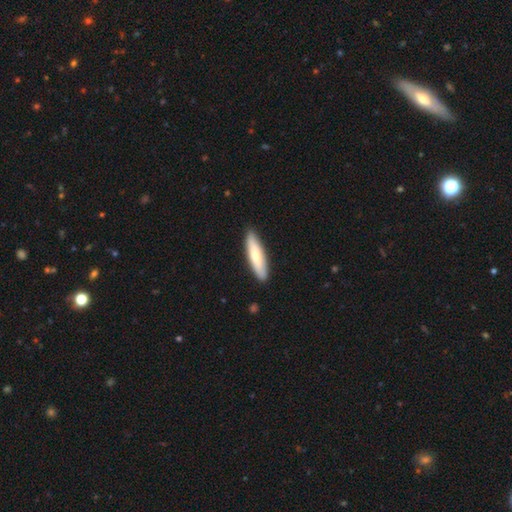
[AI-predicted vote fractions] Morphology: type=smooth (72%); roundness=cigar-shaped (73%); merging=none (89%).